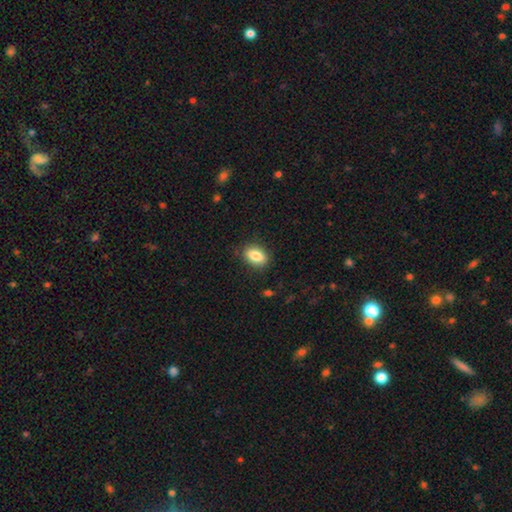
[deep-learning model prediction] Smooth or featured: smooth — 84% (star or artifact — 8%)
How rounded: in between — 86% (round — 11%)
Merging: none — 85% (minor disturbance — 11%)